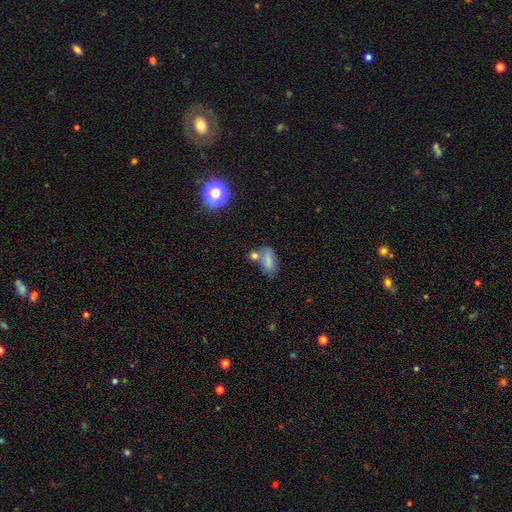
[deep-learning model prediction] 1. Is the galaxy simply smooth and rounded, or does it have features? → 73% smooth, 16% star or artifact, 11% featured or disk.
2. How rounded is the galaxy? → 76% in between, 12% cigar-shaped, 11% round.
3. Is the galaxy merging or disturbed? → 50% none, 24% merger, 18% minor disturbance, 8% major disturbance.